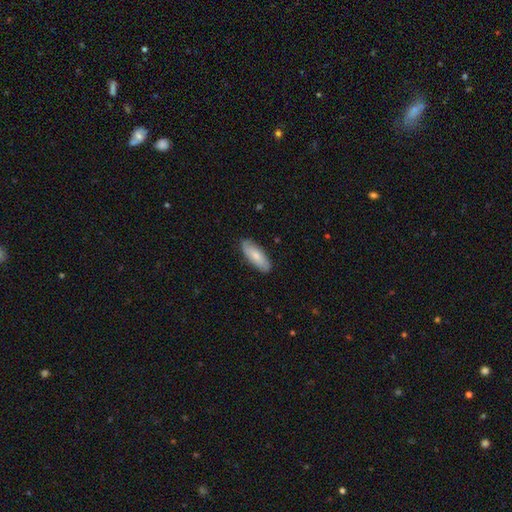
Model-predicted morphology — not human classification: type=smooth (72%); roundness=in between (72%); merging=none (86%).